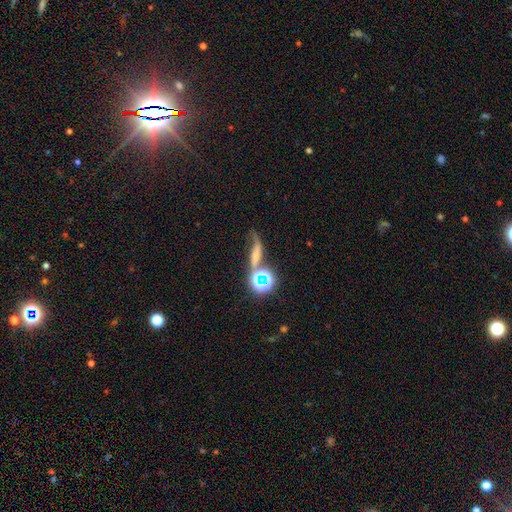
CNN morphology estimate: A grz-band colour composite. It shows a featured or disk galaxy (38%). Merging: none (42%).